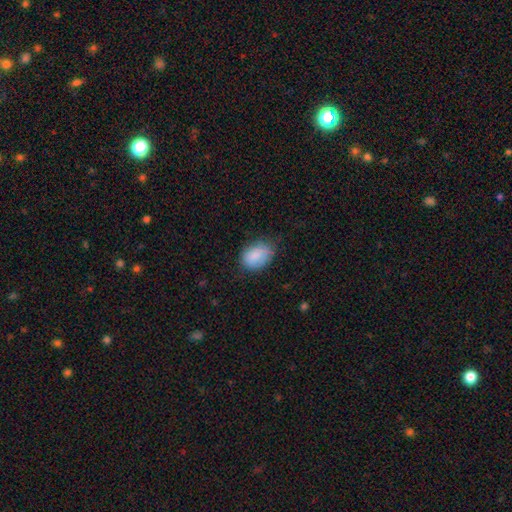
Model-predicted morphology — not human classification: The model was most divided on "merging": none: 64%, minor disturbance: 28%, major disturbance: 6%, merger: 1%. More confident: smooth or featured — smooth (85%); how rounded — in between (81%).